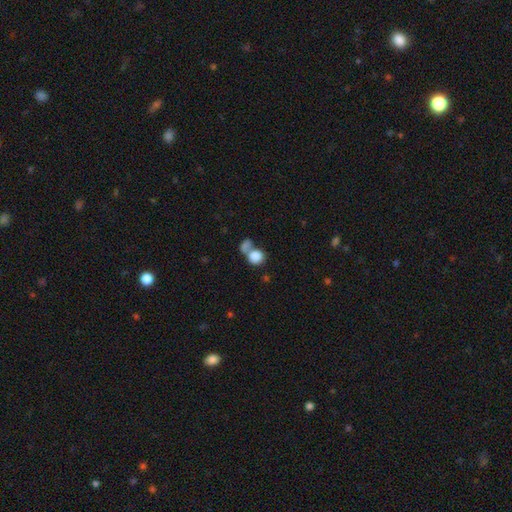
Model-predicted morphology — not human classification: A smooth galaxy with no disk features (84%) that is round (76%).

Vote fractions:
- Smooth or featured? smooth: 84% / featured or disk: 8% / star or artifact: 8%
- How rounded? round: 76% / in between: 22% / cigar-shaped: 1%
- Merging? merger: 49% / none: 33% / minor disturbance: 9% / major disturbance: 8%